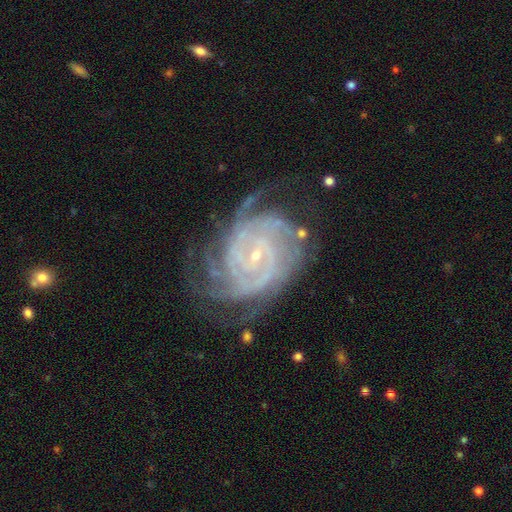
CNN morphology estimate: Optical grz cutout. It shows a featured or disk galaxy (90%) with no bar (56%), 4 (26%) tight (77%) spiral arms (98%) and a small central bulge (86%). Merging: none (67%).